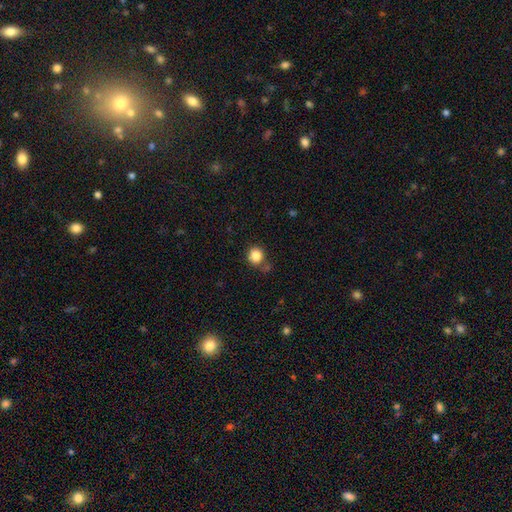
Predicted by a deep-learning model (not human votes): Smooth or featured? smooth (85%)
How rounded? round (89%)
Merging? none (78%)